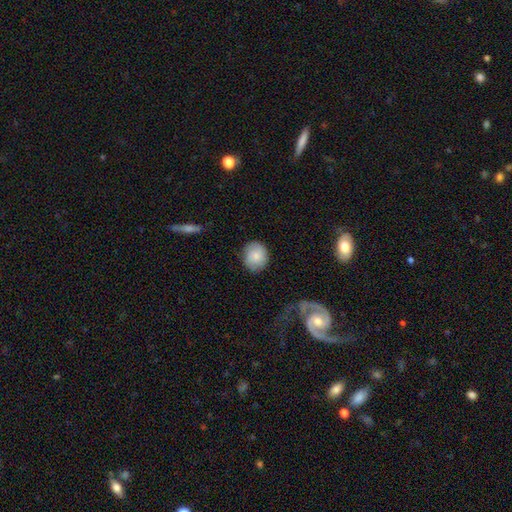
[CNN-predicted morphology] Smooth or featured? Predicted: smooth (p=0.78). How rounded? Predicted: round (p=0.74). Merging? Predicted: none (p=0.78).